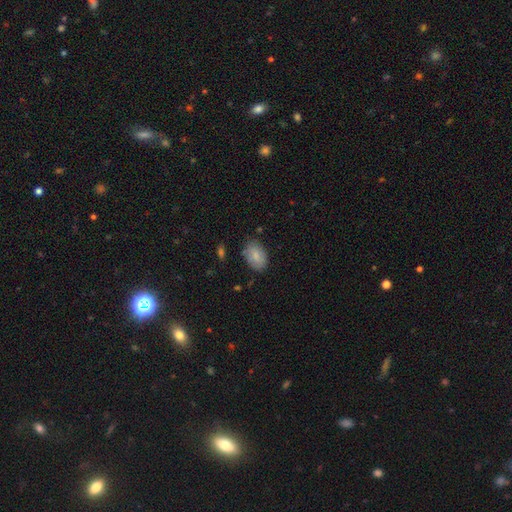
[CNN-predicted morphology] Smooth or featured?
  - smooth: 82% *
  - featured or disk: 11%
  - star or artifact: 7%
How rounded?
  - in between: 90% *
  - round: 8%
  - cigar-shaped: 1%
Merging?
  - none: 78% *
  - minor disturbance: 17%
  - major disturbance: 3%
  - merger: 2%